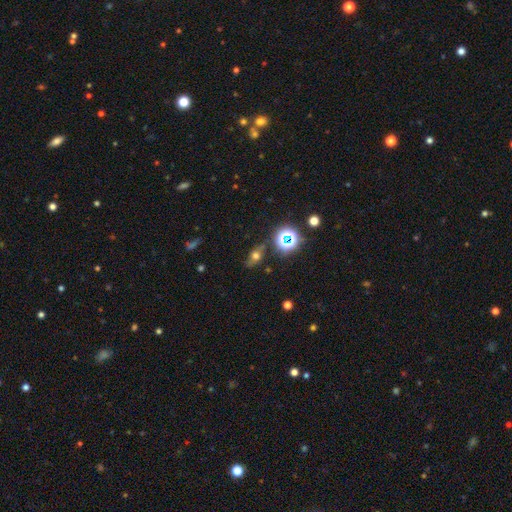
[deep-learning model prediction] Smooth or featured: smooth — 42% (star or artifact — 30%)
Merging: none — 67% (minor disturbance — 20%)